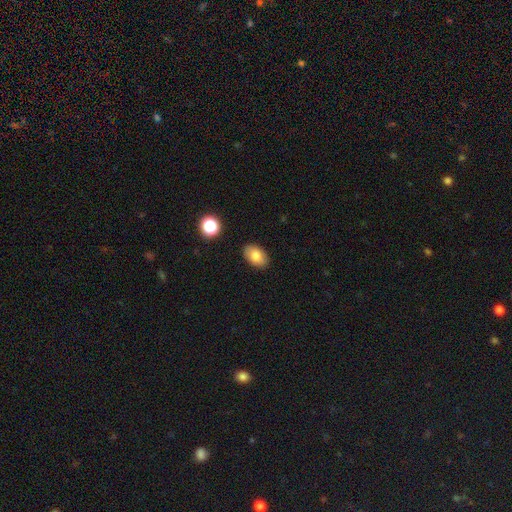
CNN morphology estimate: type=smooth (82%); roundness=in between (89%); merging=none (88%).